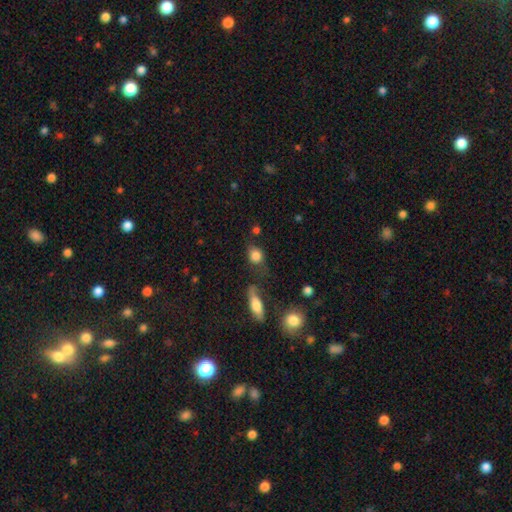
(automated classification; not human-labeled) Overall: smooth (82%). How rounded: round (51%; in between 45%). Merging: none (57%; minor disturbance 23%).